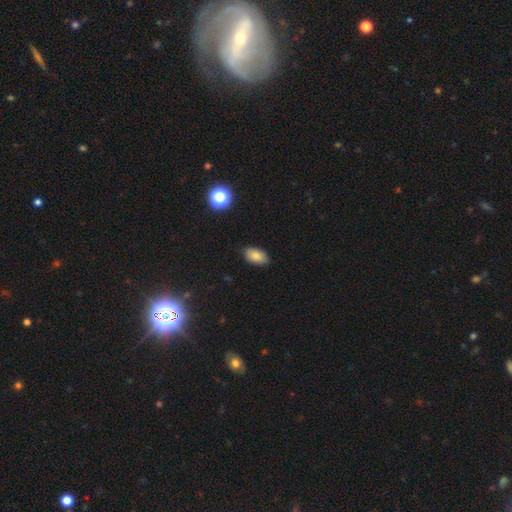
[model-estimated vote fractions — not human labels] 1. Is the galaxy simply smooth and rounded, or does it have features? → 81% smooth, 10% star or artifact, 9% featured or disk.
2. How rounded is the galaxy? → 92% in between, 6% round, 2% cigar-shaped.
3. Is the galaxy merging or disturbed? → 82% none, 15% minor disturbance, 2% major disturbance, 1% merger.